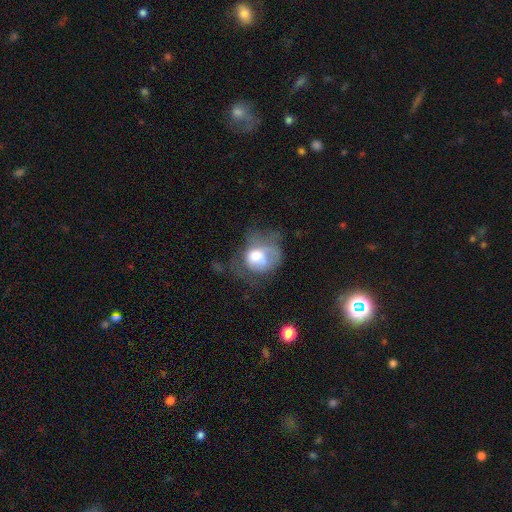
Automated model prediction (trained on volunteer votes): Morphology: type=smooth (55%); roundness=round (60%); merging=major disturbance (47%).